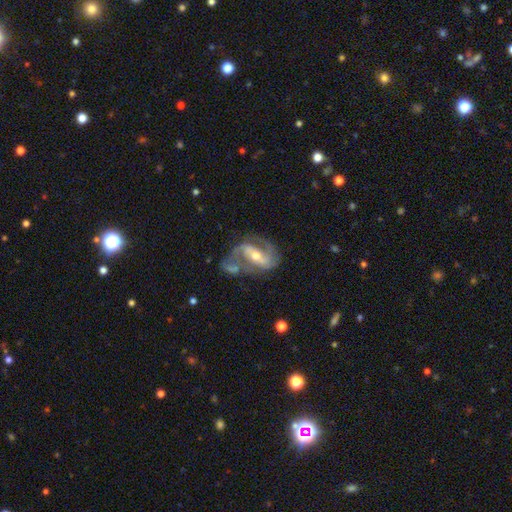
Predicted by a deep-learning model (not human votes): A featured or disk galaxy (86%) with a strong bar (49%), 2 (83%) medium (48%) spiral arms (92%) and a moderate central bulge (53%).

Vote fractions:
- Smooth or featured? featured or disk: 86% / smooth: 9% / star or artifact: 6%
- Edge-on disk? no: 95% / yes: 5%
- Bar? strong: 49% / weak: 31% / no: 20%
- Spiral arms? yes: 92% / no: 8%
- Spiral winding? medium: 48% / loose: 29% / tight: 23%
- Spiral arm count? 2: 83% / can't tell: 7% / 1: 5% / 3: 3% / 4: 1% / more than 4: 1%
- Bulge size? moderate: 53% / small: 43% / large: 2% / none: 1% / dominant: 1%
- Merging? none: 48% / merger: 18% / minor disturbance: 18% / major disturbance: 15%